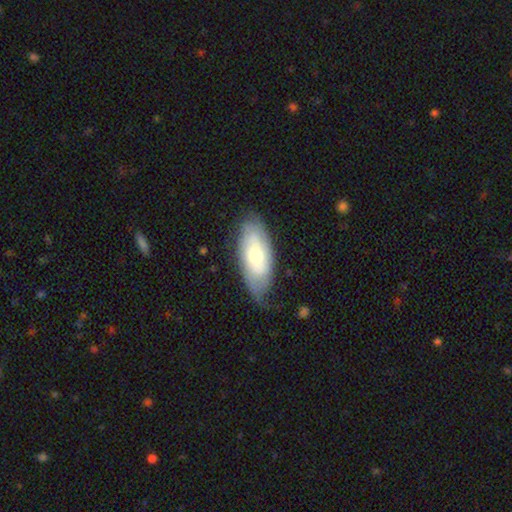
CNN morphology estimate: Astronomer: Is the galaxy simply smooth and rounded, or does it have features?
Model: smooth — 51% (runner-up: featured or disk, 43%).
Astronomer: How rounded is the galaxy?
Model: in between — 88%.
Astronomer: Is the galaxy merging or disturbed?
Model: none — 60%.